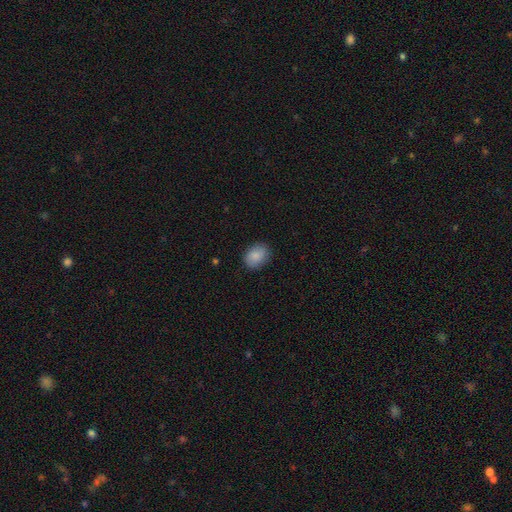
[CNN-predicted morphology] A smooth galaxy with no disk features (87%) that is in between round and cigar-shaped (65%).

Vote fractions:
- Smooth or featured? smooth: 87% / star or artifact: 7% / featured or disk: 6%
- How rounded? in between: 65% / round: 34% / cigar-shaped: 1%
- Merging? none: 85% / minor disturbance: 11% / major disturbance: 3% / merger: 1%